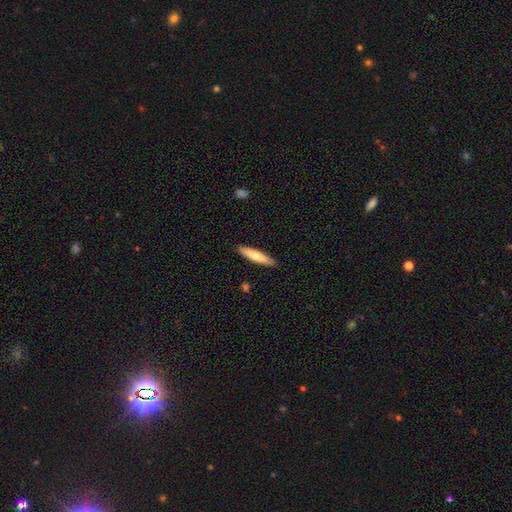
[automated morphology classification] This is likely a smooth galaxy (65%). How rounded: clearly cigar-shaped (84%). Merging: clearly none (90%).